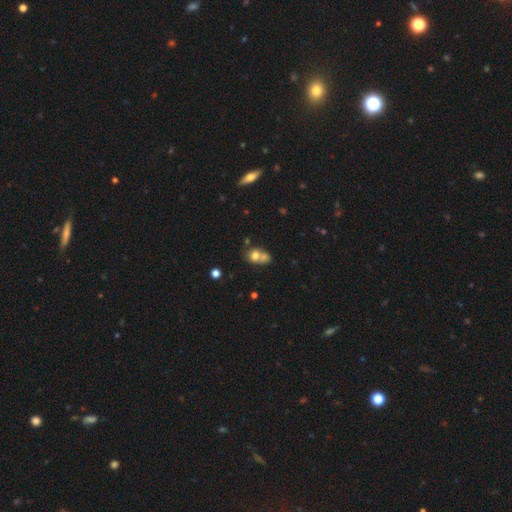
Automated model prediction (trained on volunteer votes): This is likely a smooth galaxy (72%). How rounded: likely round (63%). Merging: possibly merger (59%).